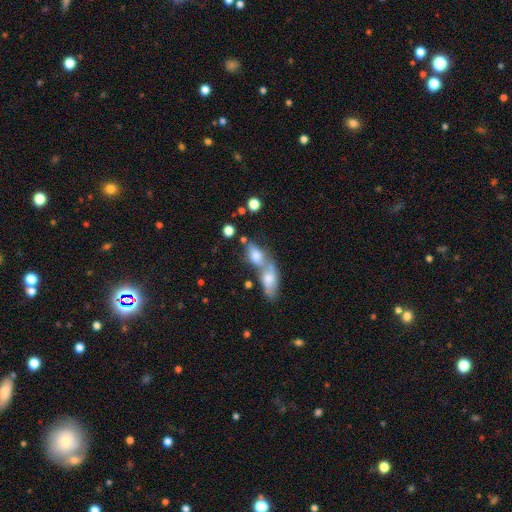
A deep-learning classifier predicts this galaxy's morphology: smooth-or-featured: smooth: 71% | featured or disk: 20% | star or artifact: 9%
  how-rounded: in between: 79% | round: 11% | cigar-shaped: 10%
  merging: merger: 63% | none: 23% | minor disturbance: 8% | major disturbance: 5%